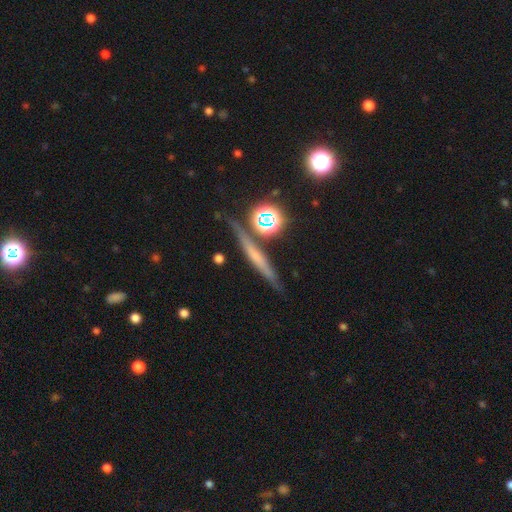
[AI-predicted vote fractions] Overall: featured or disk (43%; smooth 40%). Merging: none (81%).